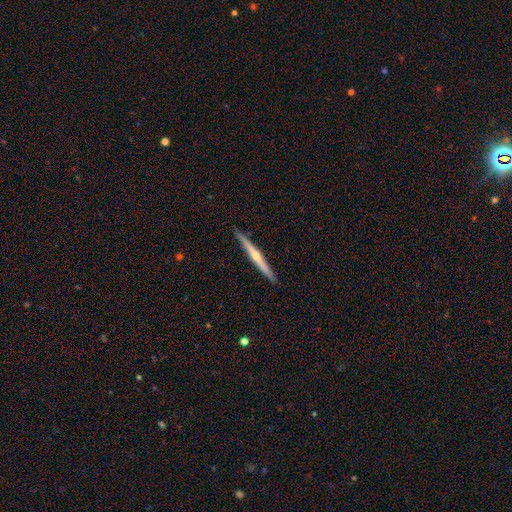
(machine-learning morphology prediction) This appears to be a featured or disk galaxy (75%) viewed edge-on (98%) with a rounded central bulge (82%). Merging: none (92%).